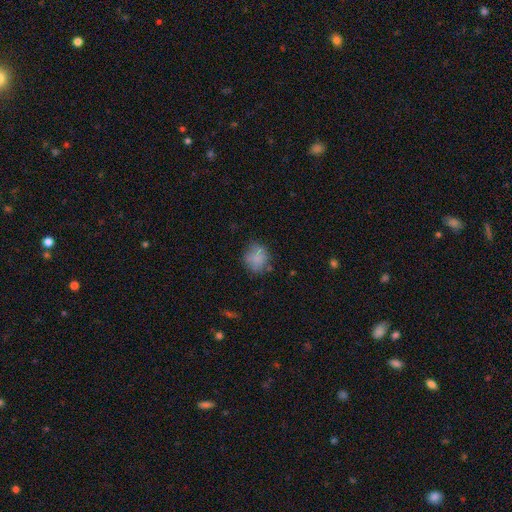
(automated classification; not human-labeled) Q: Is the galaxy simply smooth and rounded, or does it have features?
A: smooth — 73%.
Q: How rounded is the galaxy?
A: round — 73%.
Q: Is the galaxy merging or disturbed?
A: none — 63%.